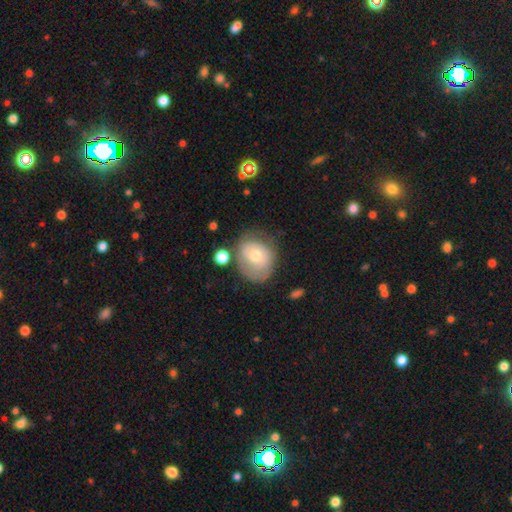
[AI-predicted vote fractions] smooth-or-featured: smooth: 51% | featured or disk: 42% | star or artifact: 7%
  how-rounded: round: 60% | in between: 39% | cigar-shaped: 1%
  merging: none: 51% | minor disturbance: 28% | major disturbance: 14% | merger: 6%